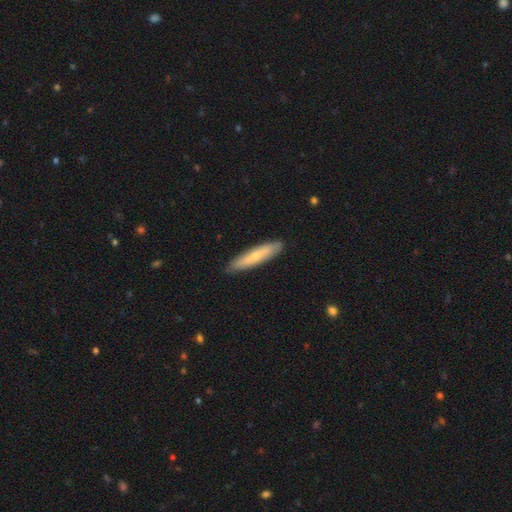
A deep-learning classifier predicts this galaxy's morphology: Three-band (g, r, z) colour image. It shows a smooth galaxy with no disk features (59%) that is cigar-shaped (84%). Merging: none (88%).